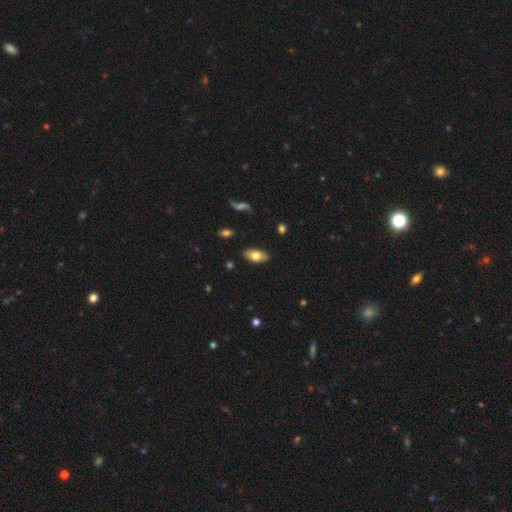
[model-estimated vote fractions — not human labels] Smooth or featured? Predicted: smooth (p=0.70). How rounded? Predicted: in between (p=0.91). Merging? Predicted: none (p=0.86).